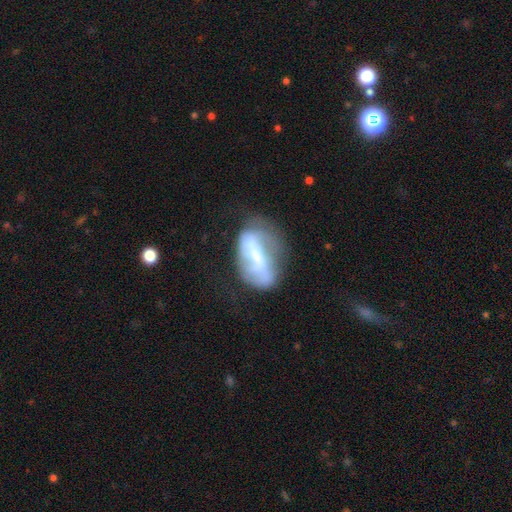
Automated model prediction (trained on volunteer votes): Morphology: type=featured or disk (56%); edge-on=no (90%); bar=strong (47%); spiral arms=no (53%); bulge=small (42%); merging=none (43%).